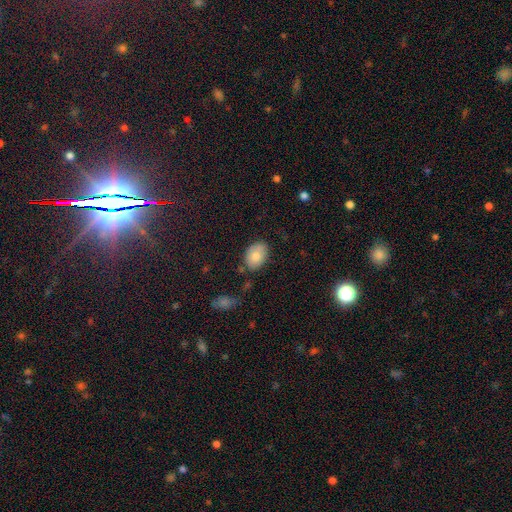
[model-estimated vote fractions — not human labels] Overall: smooth (82%). How rounded: in between (84%). Merging: none (75%).